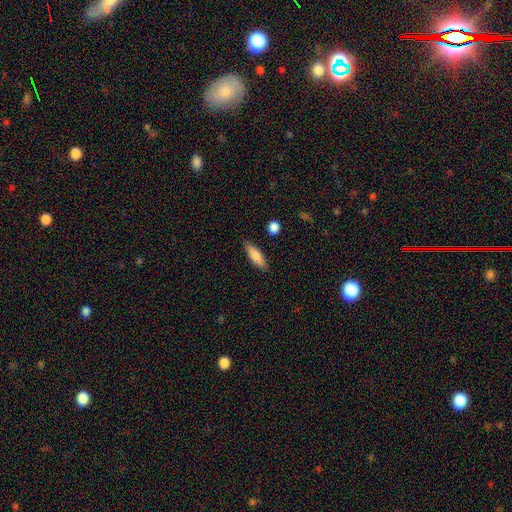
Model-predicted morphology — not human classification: Q: Smooth or featured?
A: smooth (79%); runner-up: featured or disk (14%)
Q: How rounded?
A: cigar-shaped (53%); runner-up: in between (45%)
Q: Merging?
A: none (85%); runner-up: minor disturbance (11%)